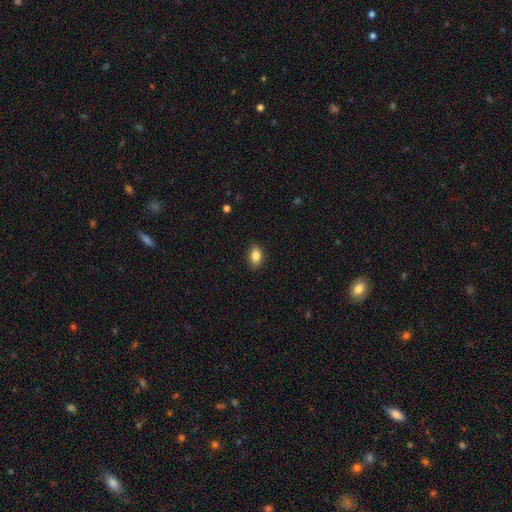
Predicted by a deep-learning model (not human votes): The model was most divided on "how rounded": in between: 86%, round: 12%, cigar-shaped: 2%. More confident: merging — none (88%); smooth or featured — smooth (86%).